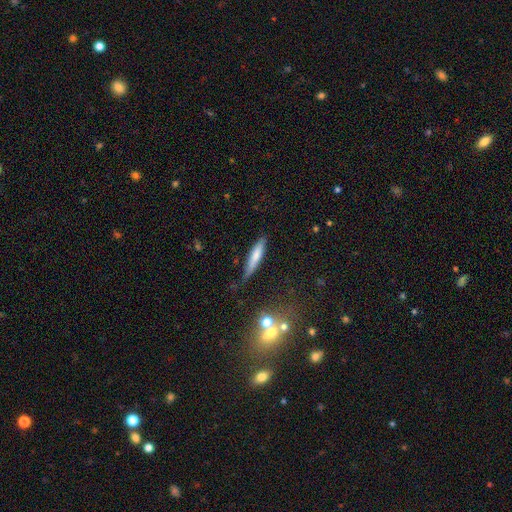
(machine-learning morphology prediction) Q: Smooth or featured?
A: smooth (71%); runner-up: featured or disk (22%)
Q: How rounded?
A: cigar-shaped (86%); runner-up: in between (12%)
Q: Merging?
A: none (67%); runner-up: minor disturbance (25%)